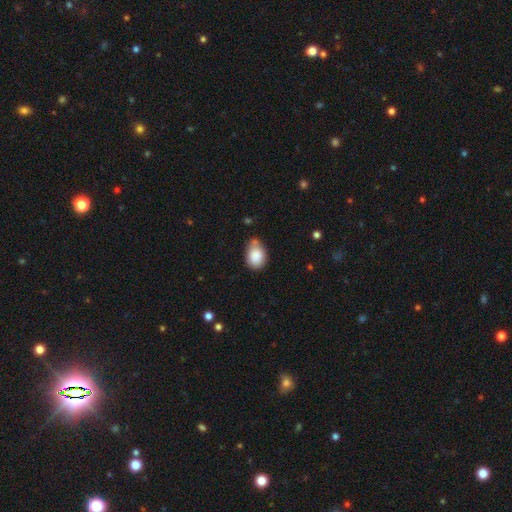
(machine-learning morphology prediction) Smooth or featured? Predicted: smooth (p=0.86). How rounded? Predicted: in between (p=0.74). Merging? Predicted: none (p=0.54).